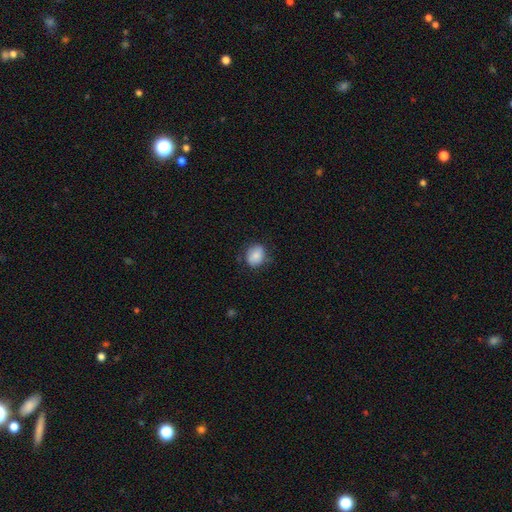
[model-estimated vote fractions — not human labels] Smooth or featured: smooth — 81% (featured or disk — 11%)
How rounded: in between — 50% (round — 49%)
Merging: none — 70% (minor disturbance — 22%)